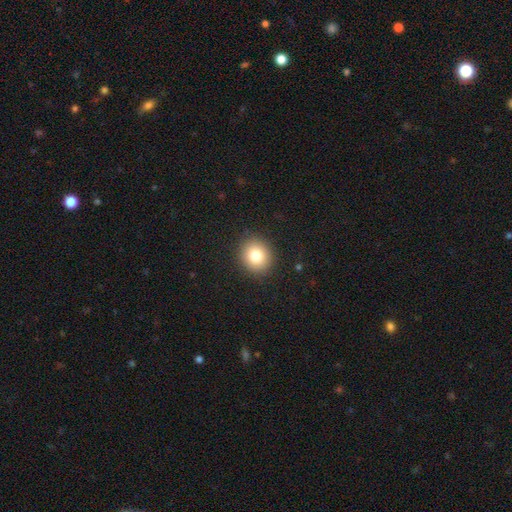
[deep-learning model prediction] smooth 81%, star or artifact 11%, featured or disk 9%. Down the decision tree: how rounded — round (80%); merging — none (90%).